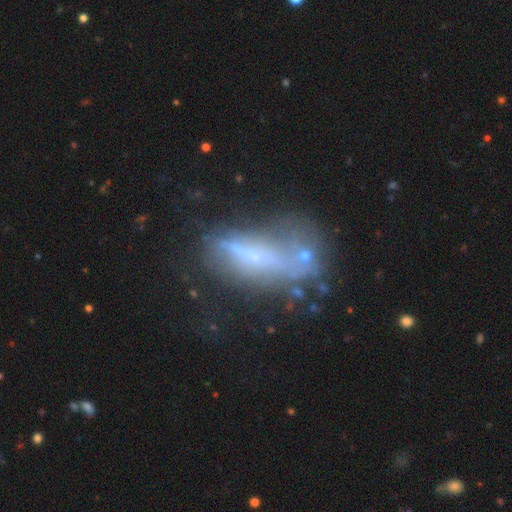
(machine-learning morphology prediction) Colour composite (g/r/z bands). It shows a featured or disk galaxy (49%). Merging: none (30%).